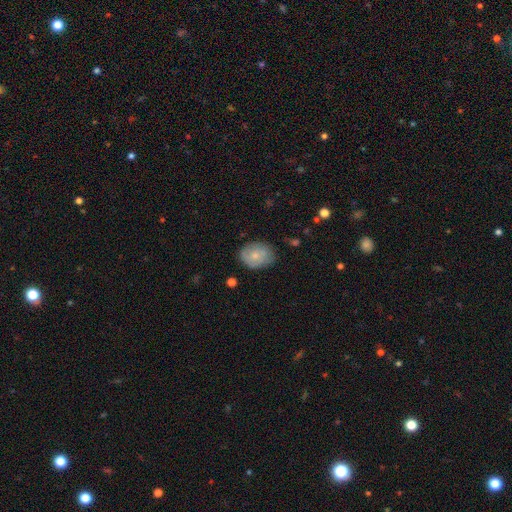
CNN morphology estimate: Smooth or featured? smooth (65%)
How rounded? in between (60%)
Merging? none (72%)